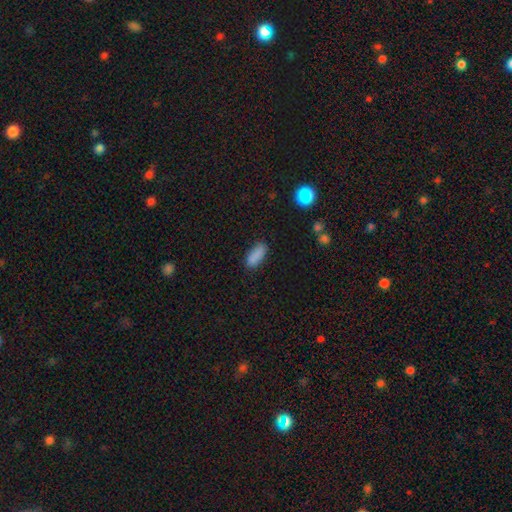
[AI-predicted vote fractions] smooth 87%, star or artifact 9%, featured or disk 4%. Down the decision tree: how rounded — in between (75%); merging — none (82%).